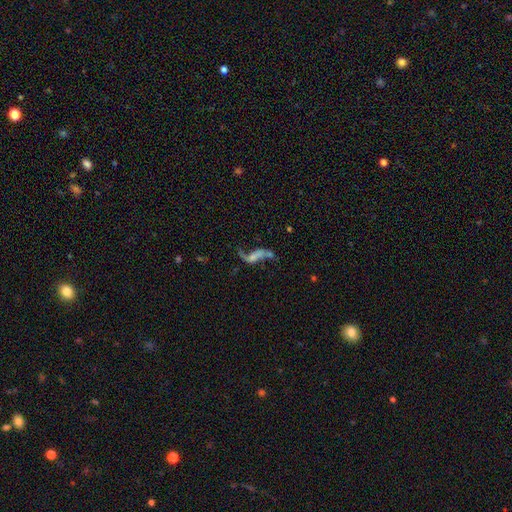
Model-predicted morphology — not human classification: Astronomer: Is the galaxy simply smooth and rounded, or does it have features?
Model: featured or disk — 70%.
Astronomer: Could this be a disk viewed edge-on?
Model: no — 92%.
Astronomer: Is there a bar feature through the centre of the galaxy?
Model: no — 54% (runner-up: weak, 29%).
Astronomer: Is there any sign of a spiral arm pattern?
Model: yes — 77%.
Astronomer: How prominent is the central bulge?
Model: none — 45% (runner-up: small, 31%).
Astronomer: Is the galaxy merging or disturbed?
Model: none — 35% (runner-up: major disturbance, 26%).